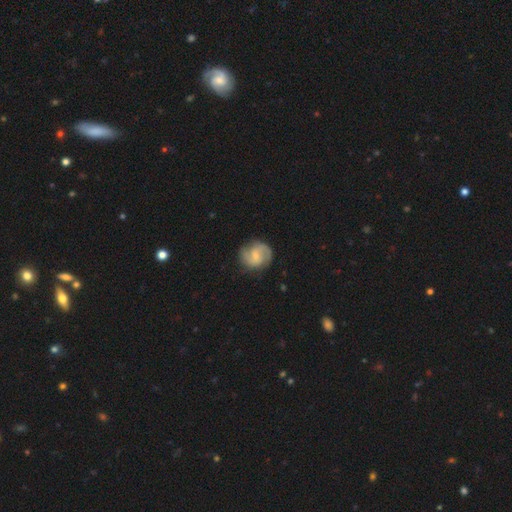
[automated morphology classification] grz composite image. It shows a featured or disk galaxy (68%) with a weak bar (54%), 2 (80%) medium (48%) spiral arms (91%) and a small central bulge (58%). Merging: none (75%).